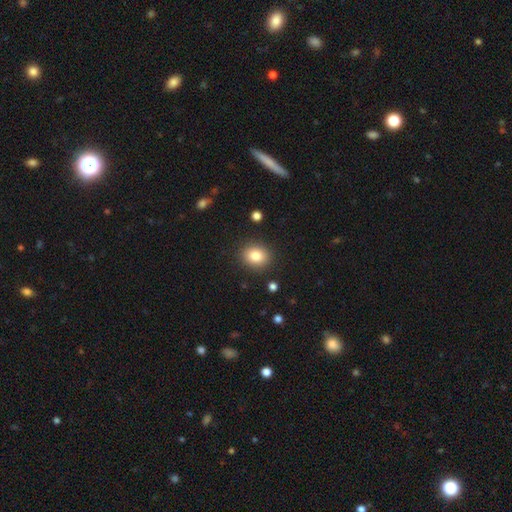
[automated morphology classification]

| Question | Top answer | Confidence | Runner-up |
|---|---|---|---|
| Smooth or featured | smooth | 83% | star or artifact (10%) |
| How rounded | round | 66% | in between (33%) |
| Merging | none | 89% | minor disturbance (7%) |